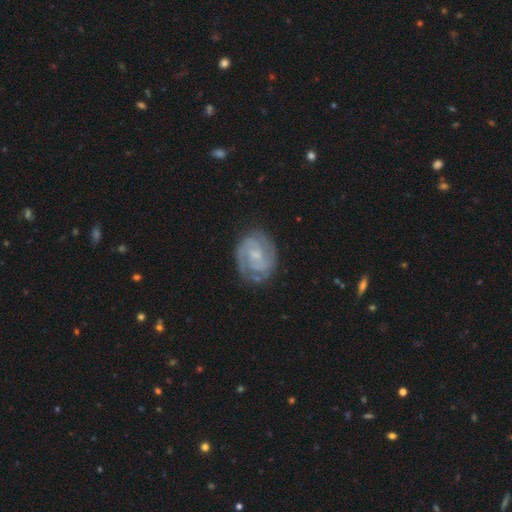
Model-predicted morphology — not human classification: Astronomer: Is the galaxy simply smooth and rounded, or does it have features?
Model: featured or disk — 86%.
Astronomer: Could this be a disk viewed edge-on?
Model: no — 98%.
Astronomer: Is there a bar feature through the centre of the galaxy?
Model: weak — 49% (runner-up: no, 40%).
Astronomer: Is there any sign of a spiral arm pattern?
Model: yes — 96%.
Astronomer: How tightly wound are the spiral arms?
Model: tight — 58% (runner-up: medium, 35%).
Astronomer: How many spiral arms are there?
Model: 2 — 71%.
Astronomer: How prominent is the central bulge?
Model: small — 62%.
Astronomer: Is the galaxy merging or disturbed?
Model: none — 77%.